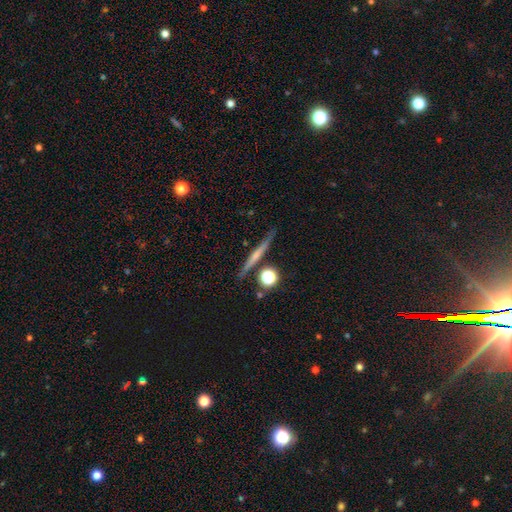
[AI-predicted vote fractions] A featured or disk galaxy (57%) viewed edge-on (96%) with no central bulge (47%). Merging: none (84%).